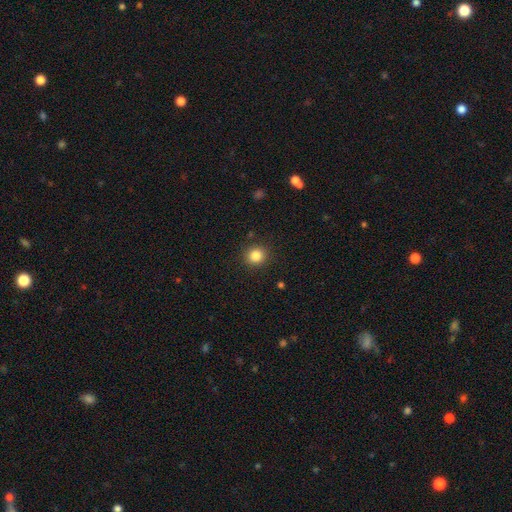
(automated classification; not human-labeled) smooth-or-featured: smooth: 85% | star or artifact: 11% | featured or disk: 5%
  how-rounded: round: 89% | in between: 10% | cigar-shaped: 1%
  merging: none: 90% | minor disturbance: 7% | major disturbance: 2% | merger: 1%